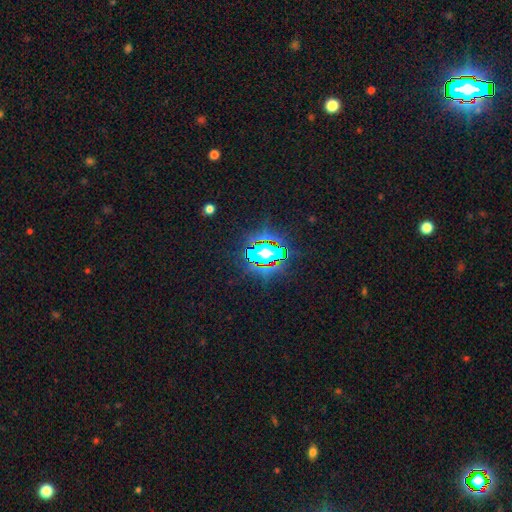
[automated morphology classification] type=star or artifact (71%).